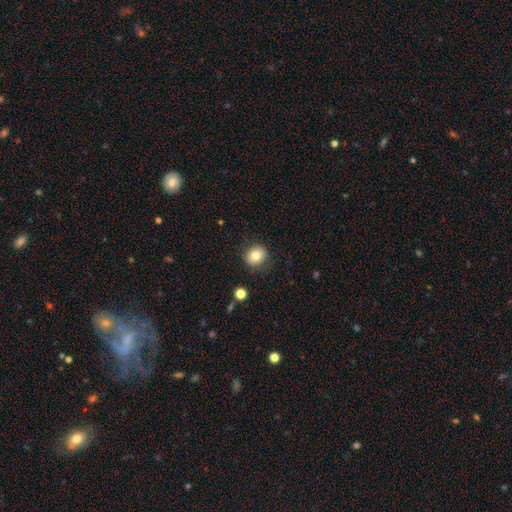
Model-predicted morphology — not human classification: Smooth or featured? smooth (78%)
How rounded? round (82%)
Merging? none (85%)